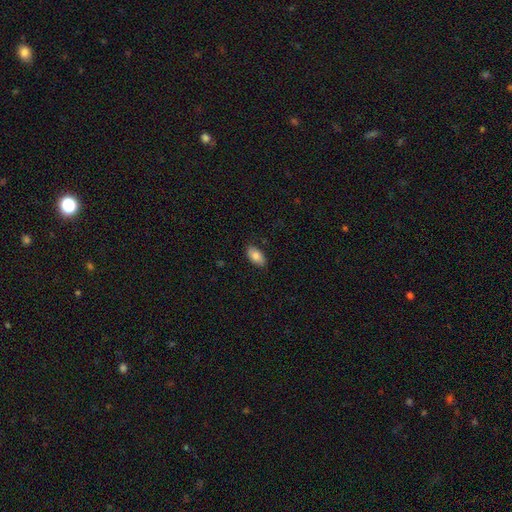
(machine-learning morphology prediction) smooth-or-featured: smooth: 81% | featured or disk: 12% | star or artifact: 7%
  how-rounded: in between: 94% | round: 3% | cigar-shaped: 3%
  merging: none: 85% | minor disturbance: 11% | major disturbance: 2% | merger: 1%